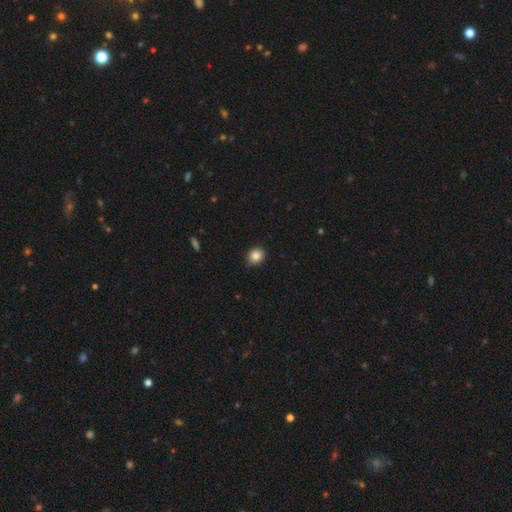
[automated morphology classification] A smooth galaxy with no disk features (85%) that is round (70%). Merging: none (83%).